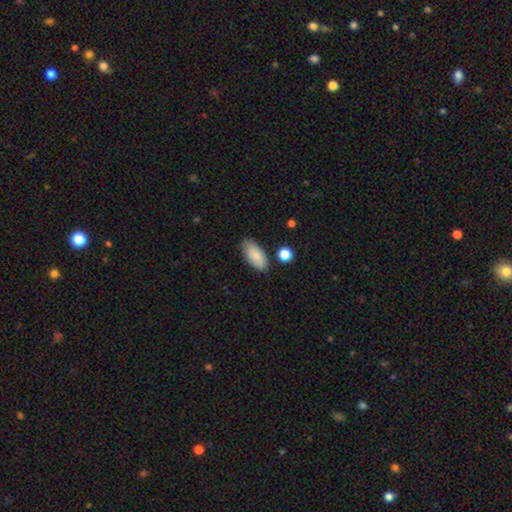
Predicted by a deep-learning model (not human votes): The model was most divided on "merging": none: 81%, minor disturbance: 14%, merger: 3%, major disturbance: 3%. More confident: how rounded — in between (92%); smooth or featured — smooth (85%).